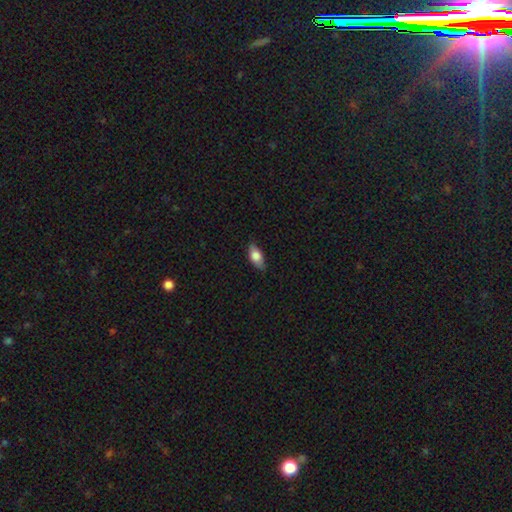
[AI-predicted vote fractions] smooth 75%, featured or disk 18%, star or artifact 7%. Down the decision tree: how rounded — in between (86%); merging — none (77%).